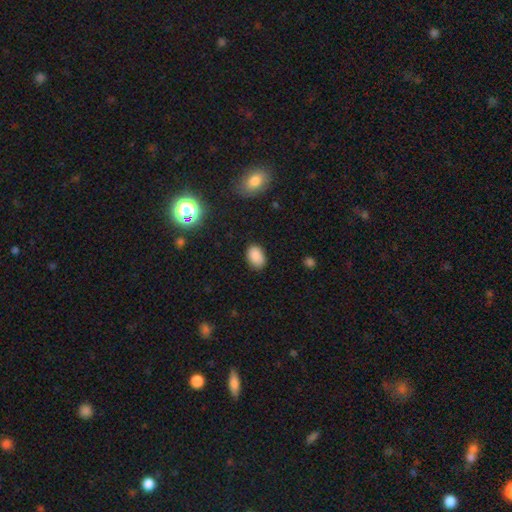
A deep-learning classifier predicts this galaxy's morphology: smooth-or-featured: smooth: 85% | star or artifact: 10% | featured or disk: 5%
  how-rounded: in between: 84% | round: 14% | cigar-shaped: 1%
  merging: none: 81% | minor disturbance: 15% | major disturbance: 3% | merger: 1%